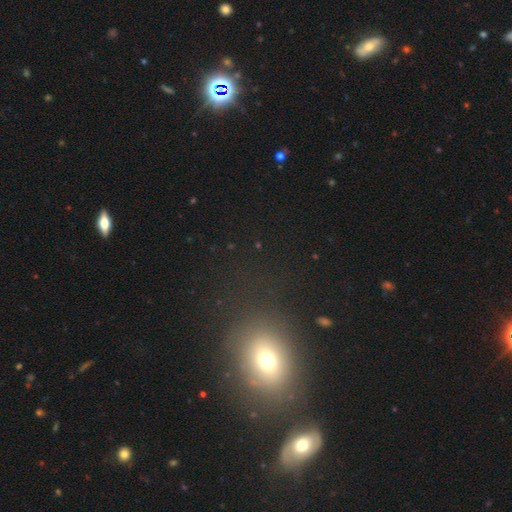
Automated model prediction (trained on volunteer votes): Smooth or featured? Predicted: smooth (p=0.52). How rounded? Predicted: in between (p=0.54). Merging? Predicted: none (p=0.77).